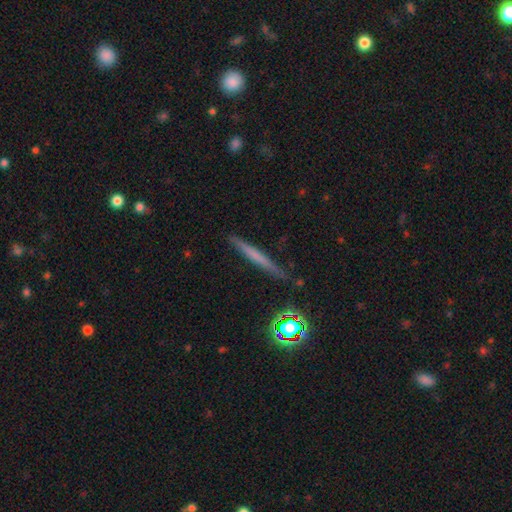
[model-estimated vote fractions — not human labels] Smooth or featured? Predicted: smooth (p=0.50). How rounded? Predicted: cigar-shaped (p=0.95). Merging? Predicted: none (p=0.87).